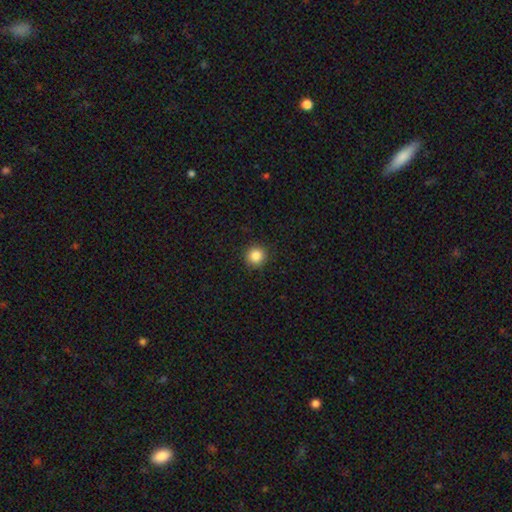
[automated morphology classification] Q: Smooth or featured?
A: smooth (85%); runner-up: star or artifact (11%)
Q: How rounded?
A: round (95%); runner-up: in between (4%)
Q: Merging?
A: none (93%); runner-up: minor disturbance (5%)